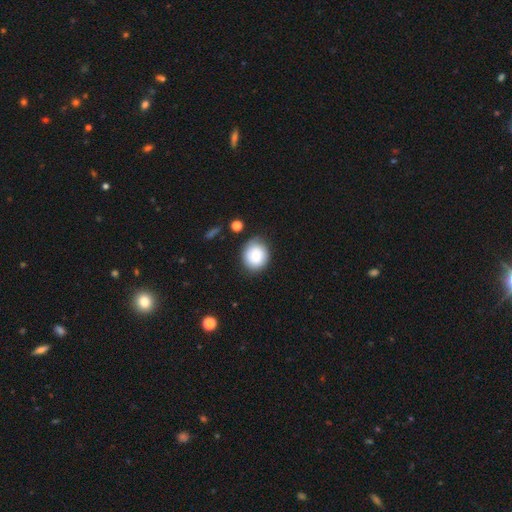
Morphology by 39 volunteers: This appears to be a smooth galaxy with no disk features (85%) that is round (76%). Merging: none (70%).